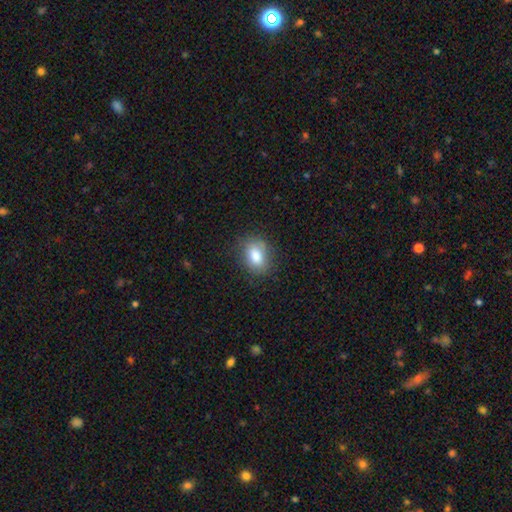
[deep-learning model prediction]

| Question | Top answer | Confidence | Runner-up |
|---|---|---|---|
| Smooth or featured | smooth | 83% | star or artifact (9%) |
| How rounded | in between | 75% | round (24%) |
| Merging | none | 79% | minor disturbance (15%) |